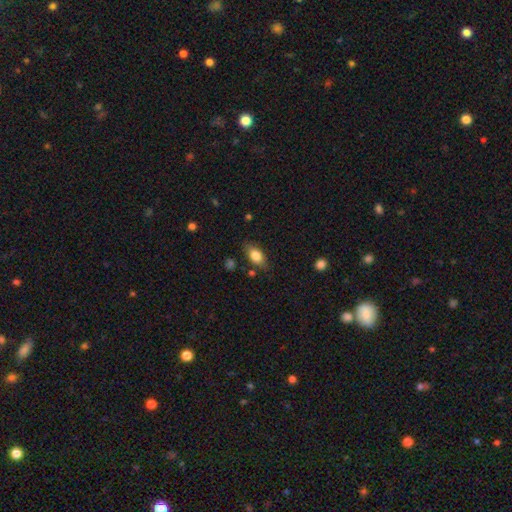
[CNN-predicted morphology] A smooth galaxy with no disk features (79%) that is in between round and cigar-shaped (85%). Merging: none (78%).